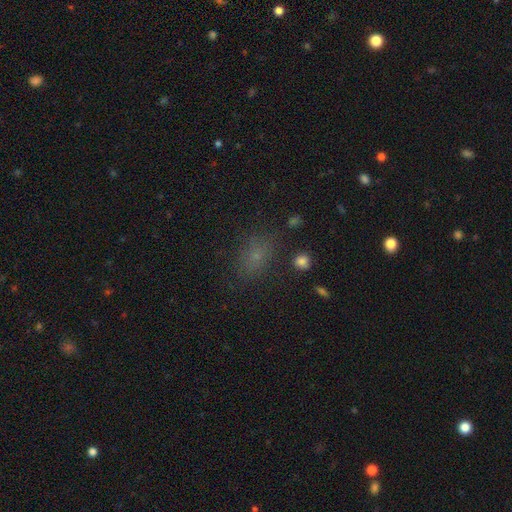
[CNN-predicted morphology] type=smooth (63%); roundness=in between (71%); merging=none (77%).